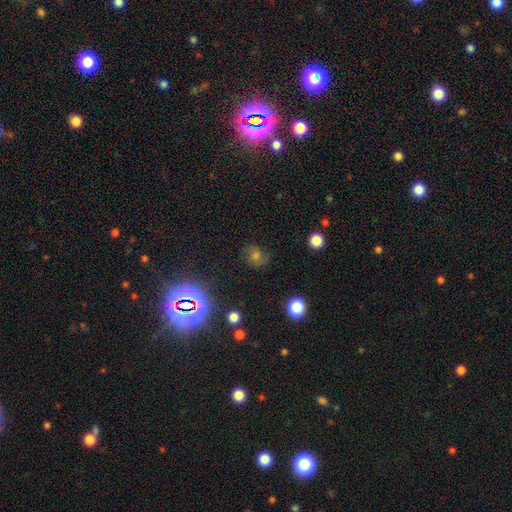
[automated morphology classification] Smooth or featured? smooth (39%)
Merging? none (73%)